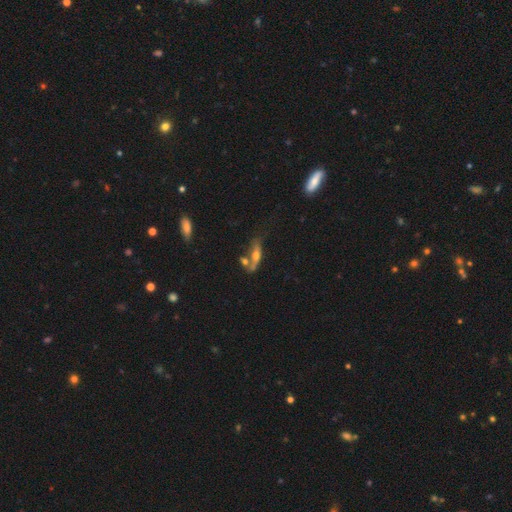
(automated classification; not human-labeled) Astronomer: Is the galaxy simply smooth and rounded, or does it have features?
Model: featured or disk — 48% (runner-up: smooth, 43%).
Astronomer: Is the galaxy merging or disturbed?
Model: none — 47% (runner-up: merger, 29%).